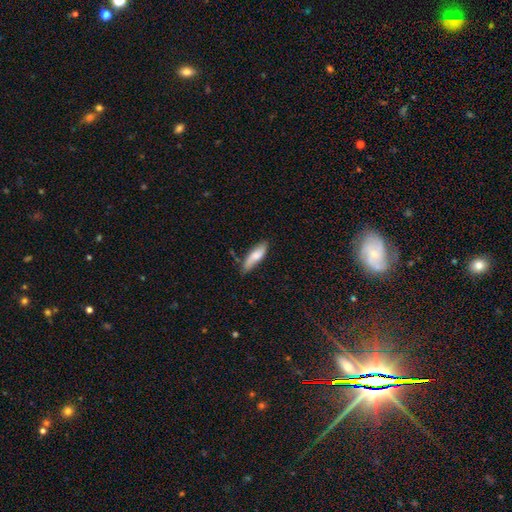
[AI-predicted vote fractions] Smooth or featured? smooth (71%)
How rounded? cigar-shaped (53%)
Merging? none (67%)